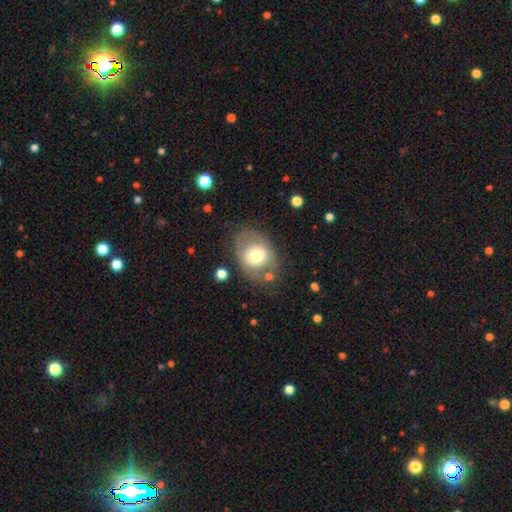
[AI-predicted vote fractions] Morphology: type=smooth (56%); roundness=in between (59%); merging=none (67%).